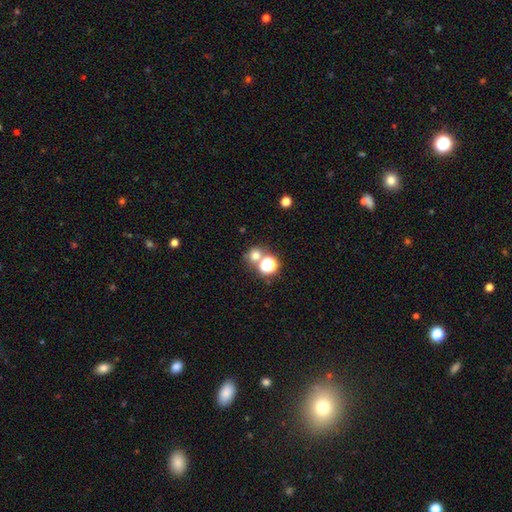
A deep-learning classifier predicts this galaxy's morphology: Smooth or featured? smooth (66%)
How rounded? round (84%)
Merging? none (63%)